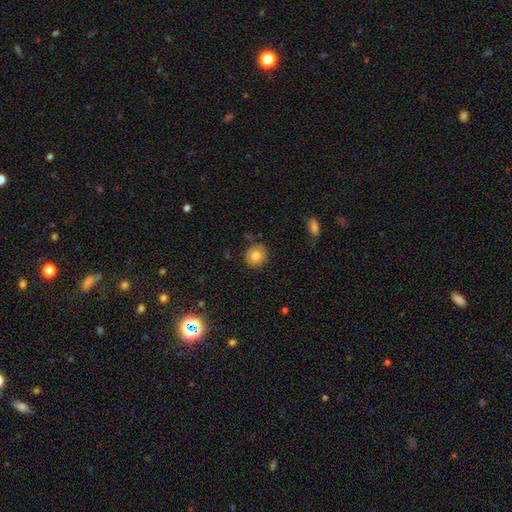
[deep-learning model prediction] Smooth or featured: smooth — 81% (star or artifact — 10%)
How rounded: round — 91% (in between — 8%)
Merging: none — 84% (minor disturbance — 11%)